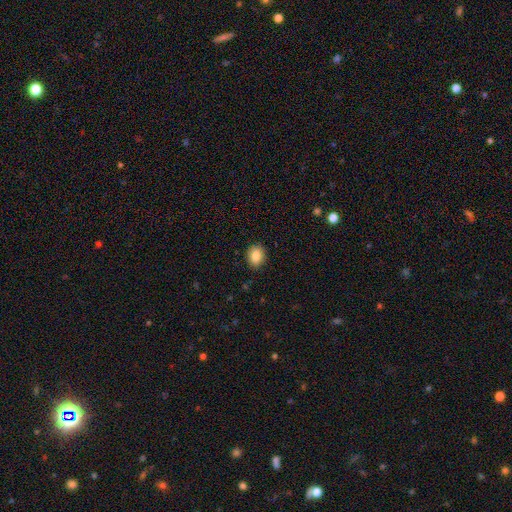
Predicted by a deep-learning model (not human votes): Q: Smooth or featured?
A: smooth (86%); runner-up: star or artifact (8%)
Q: How rounded?
A: in between (57%); runner-up: round (42%)
Q: Merging?
A: none (88%); runner-up: minor disturbance (9%)